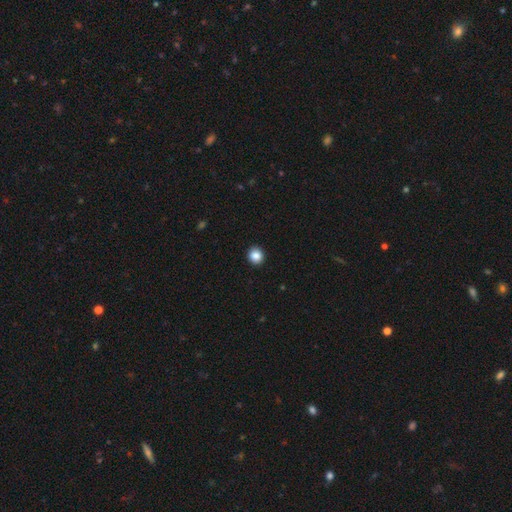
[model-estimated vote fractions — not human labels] Overall: smooth (87%). How rounded: round (84%). Merging: none (93%).